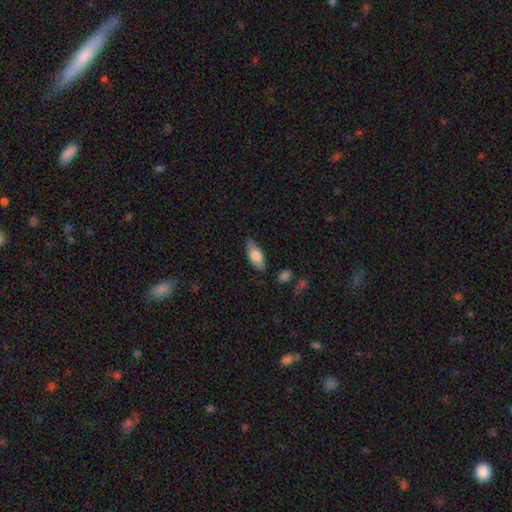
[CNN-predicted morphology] smooth 74%, featured or disk 20%, star or artifact 6%. Down the decision tree: how rounded — in between (81%); merging — none (82%).